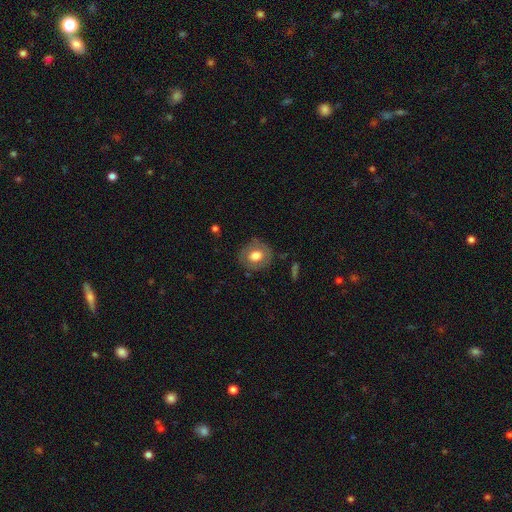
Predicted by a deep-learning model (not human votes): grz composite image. It shows a smooth galaxy with no disk features (60%) that is round (71%). Merging: none (78%).